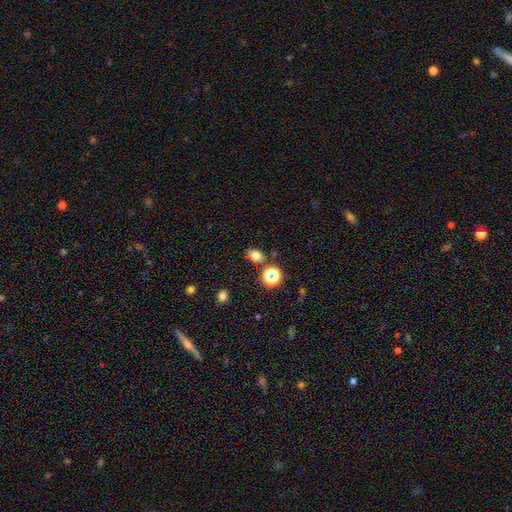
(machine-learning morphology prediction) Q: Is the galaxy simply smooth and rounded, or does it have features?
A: smooth — 70%.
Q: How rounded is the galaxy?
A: in between — 51%.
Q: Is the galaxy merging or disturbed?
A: none — 75%.